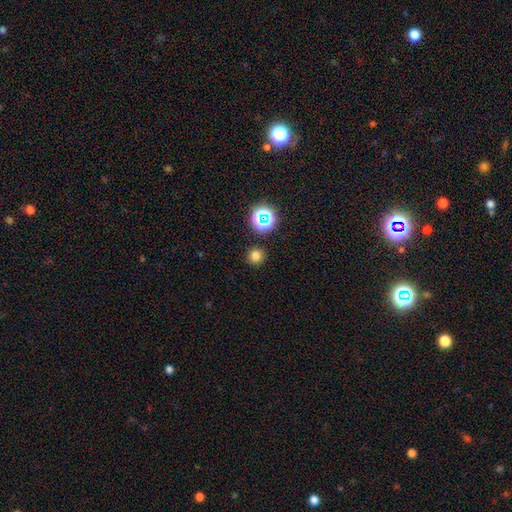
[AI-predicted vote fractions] smooth 76%, star or artifact 19%, featured or disk 5%. Down the decision tree: how rounded — round (94%); merging — none (90%).